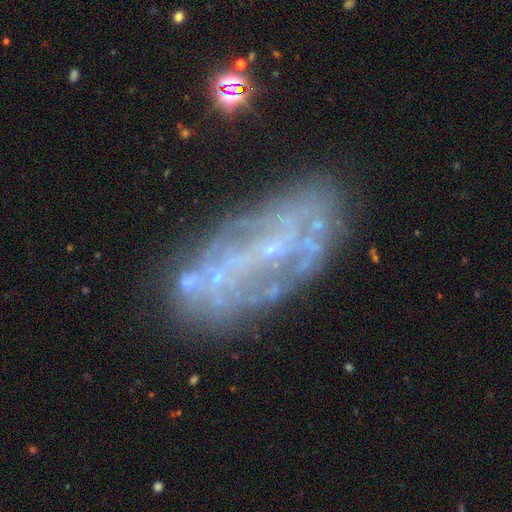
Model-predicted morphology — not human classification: Smooth or featured: featured or disk — 71% (smooth — 17%)
Edge-on disk: no — 89% (yes — 11%)
Bar: no — 47% (weak — 31%)
Spiral arms: yes — 51% (no — 49%)
Bulge size: small — 60% (none — 31%)
Merging: none — 68% (minor disturbance — 17%)